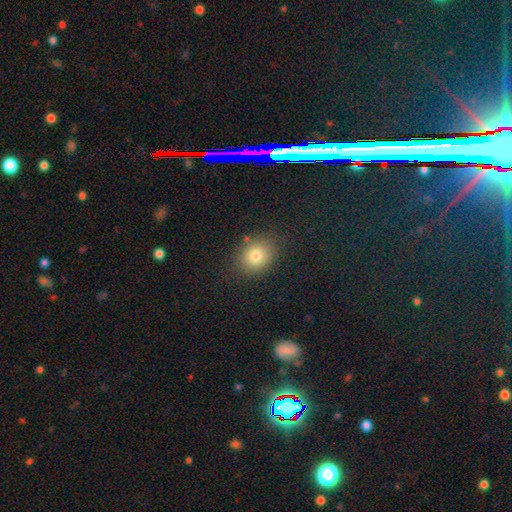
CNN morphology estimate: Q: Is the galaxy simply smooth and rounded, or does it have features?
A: smooth — 78%.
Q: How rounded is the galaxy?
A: round — 60%.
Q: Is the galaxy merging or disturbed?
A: none — 83%.